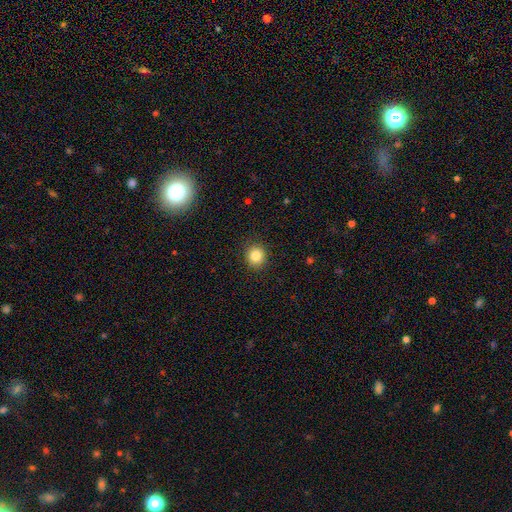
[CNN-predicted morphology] type=smooth (84%); roundness=round (87%); merging=none (91%).